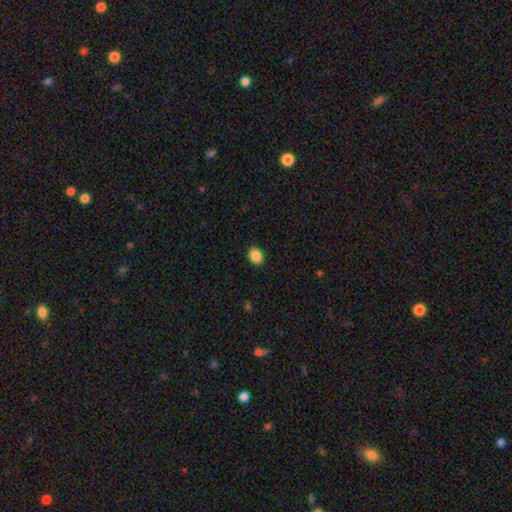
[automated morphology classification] A smooth galaxy with no disk features (87%) that is in between round and cigar-shaped (53%). Merging: none (90%).